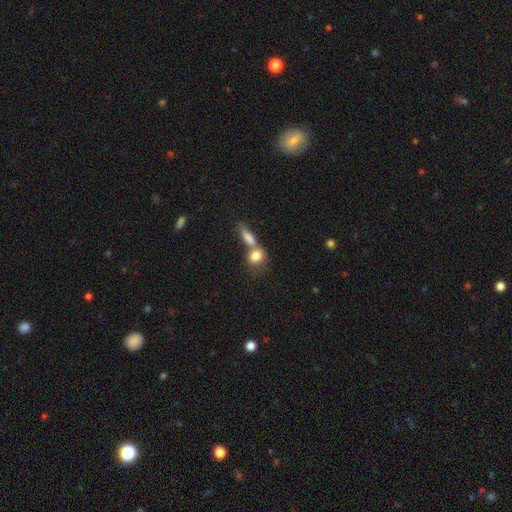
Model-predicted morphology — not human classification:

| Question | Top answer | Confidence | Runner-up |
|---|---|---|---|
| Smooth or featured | smooth | 81% | featured or disk (11%) |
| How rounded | in between | 53% | round (41%) |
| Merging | merger | 54% | none (31%) |